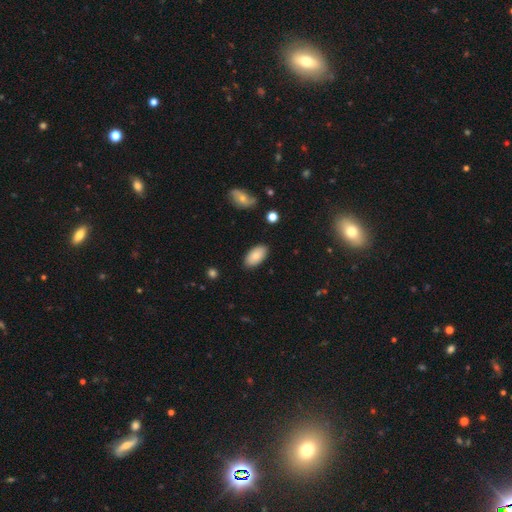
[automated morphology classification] Overall: smooth (85%). How rounded: in between (95%). Merging: none (87%).